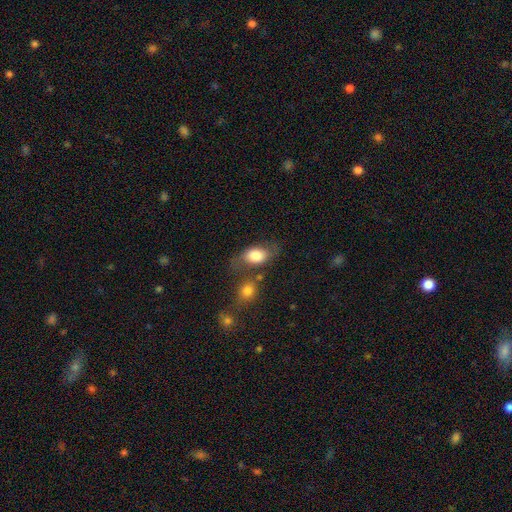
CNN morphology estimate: This is likely a smooth galaxy (77%). How rounded: clearly in between (84%). Merging: possibly none (50%).